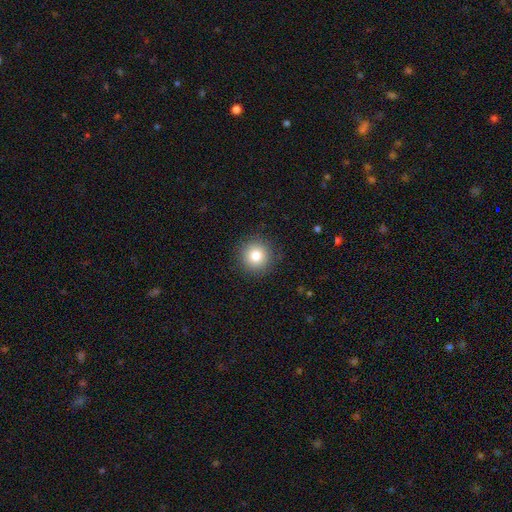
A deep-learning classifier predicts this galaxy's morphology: A smooth galaxy with no disk features (81%) that is round (94%).

Vote fractions:
- Smooth or featured? smooth: 81% / star or artifact: 11% / featured or disk: 8%
- How rounded? round: 94% / in between: 5% / cigar-shaped: 1%
- Merging? none: 90% / minor disturbance: 6% / major disturbance: 2% / merger: 1%